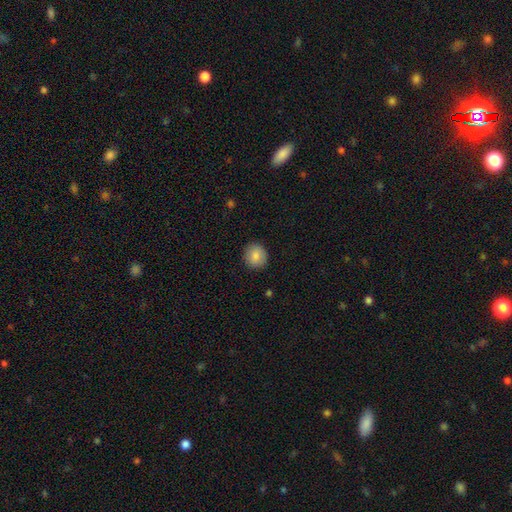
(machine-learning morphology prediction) Overall: smooth (86%). How rounded: round (86%). Merging: none (90%).